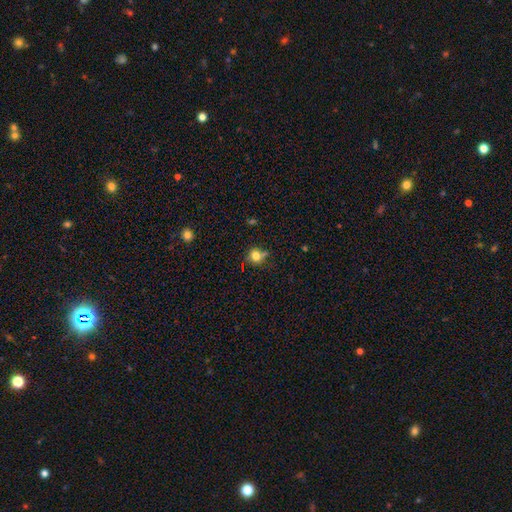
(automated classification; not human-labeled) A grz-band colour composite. It shows a smooth galaxy with no disk features (74%) that is round (84%). Merging: none (65%).